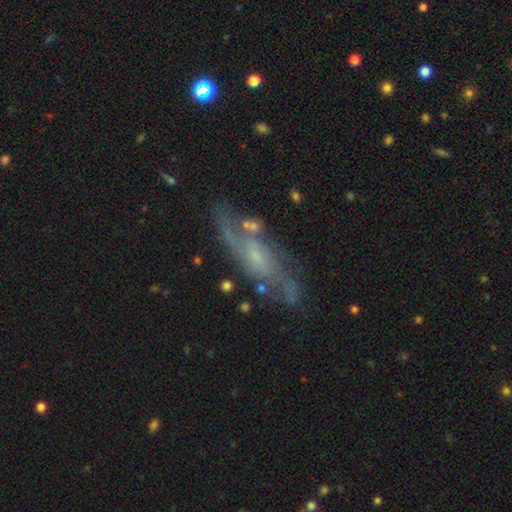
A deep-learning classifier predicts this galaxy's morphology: featured or disk 78%, smooth 15%, star or artifact 7%. Down the decision tree: edge-on disk — no (84%); bar — no (51%); spiral arms — yes (88%); spiral arm count — 2 (64%); spiral winding — medium (46%); bulge size — small (57%); merging — none (66%).